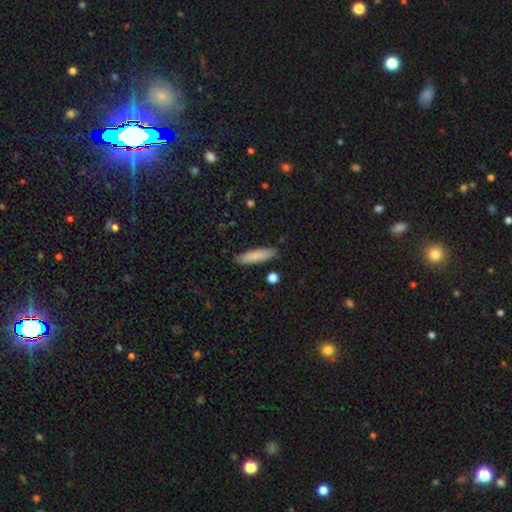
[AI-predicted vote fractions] This is clearly a smooth galaxy (82%). How rounded: likely cigar-shaped (70%). Merging: clearly none (87%).